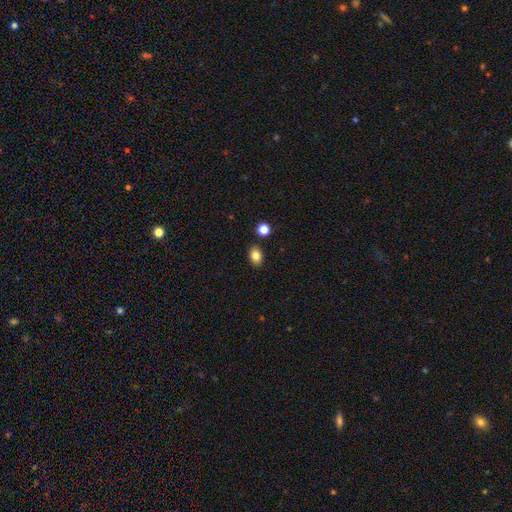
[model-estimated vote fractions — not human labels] Smooth or featured?
  - smooth: 83% *
  - star or artifact: 10%
  - featured or disk: 6%
How rounded?
  - in between: 72% *
  - round: 27%
  - cigar-shaped: 1%
Merging?
  - none: 86% *
  - minor disturbance: 8%
  - merger: 3%
  - major disturbance: 2%